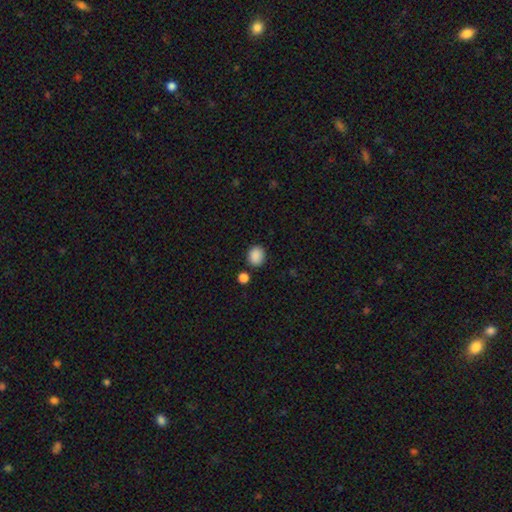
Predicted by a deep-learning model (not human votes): smooth 88%, star or artifact 9%, featured or disk 3%. Down the decision tree: how rounded — round (62%); merging — none (81%).